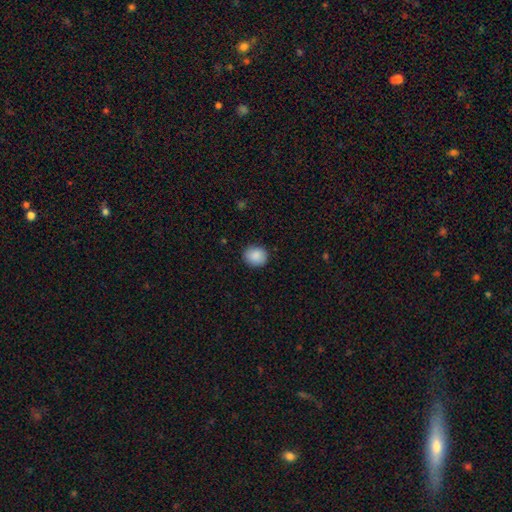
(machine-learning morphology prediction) Q: Smooth or featured?
A: smooth (89%); runner-up: star or artifact (8%)
Q: How rounded?
A: round (75%); runner-up: in between (24%)
Q: Merging?
A: none (89%); runner-up: minor disturbance (8%)